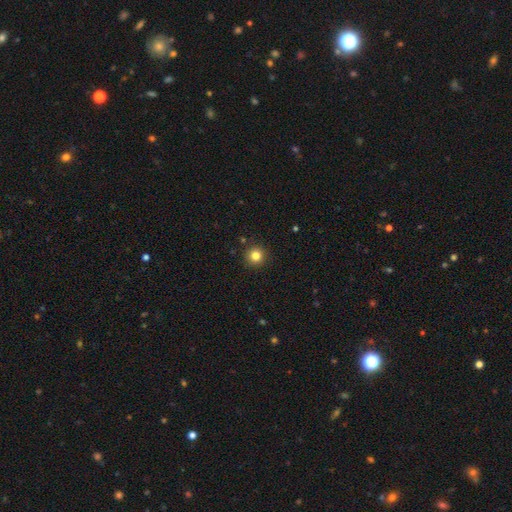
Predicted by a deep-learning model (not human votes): Morphology: type=smooth (82%); roundness=round (95%); merging=none (91%).